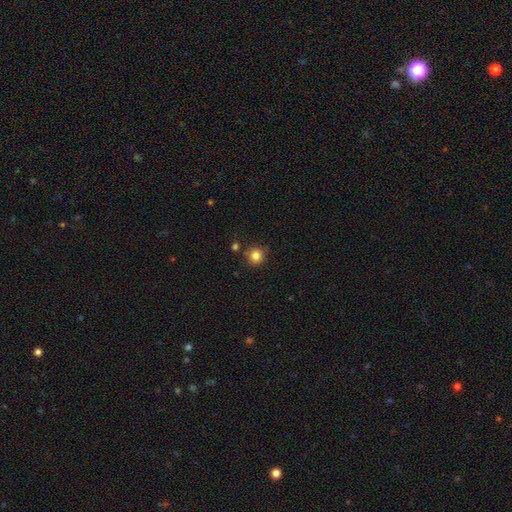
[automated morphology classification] The model was most divided on "smooth or featured": smooth: 83%, star or artifact: 11%, featured or disk: 5%. More confident: how rounded — round (93%); merging — none (83%).